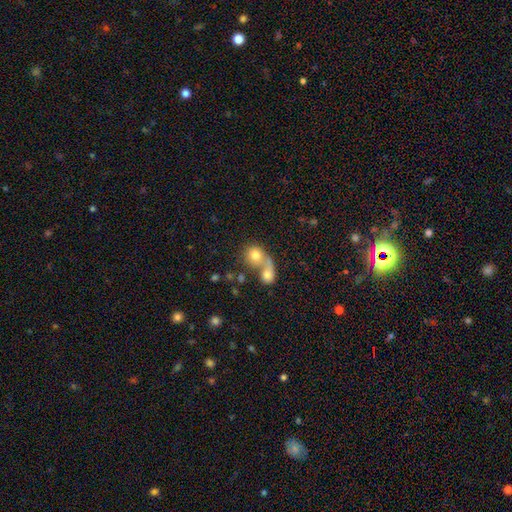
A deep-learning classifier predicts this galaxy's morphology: Smooth or featured? smooth (73%)
How rounded? round (76%)
Merging? merger (67%)